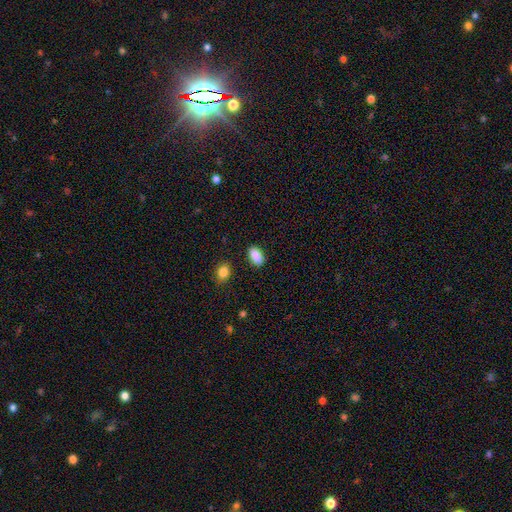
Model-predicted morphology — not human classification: Smooth or featured? smooth (89%)
How rounded? in between (91%)
Merging? none (87%)